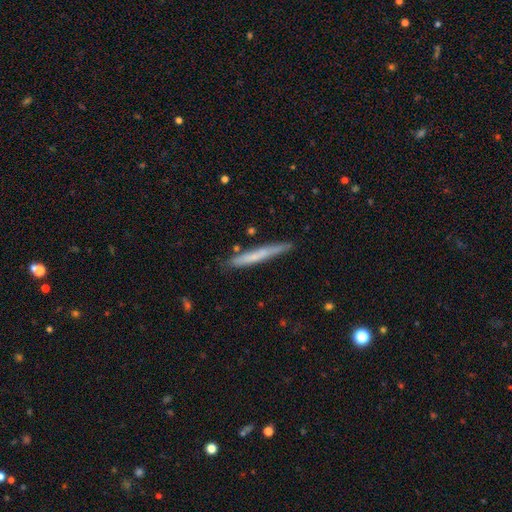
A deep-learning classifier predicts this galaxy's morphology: Smooth or featured: smooth — 60% (featured or disk — 34%)
How rounded: cigar-shaped — 96% (in between — 2%)
Merging: none — 82% (minor disturbance — 13%)